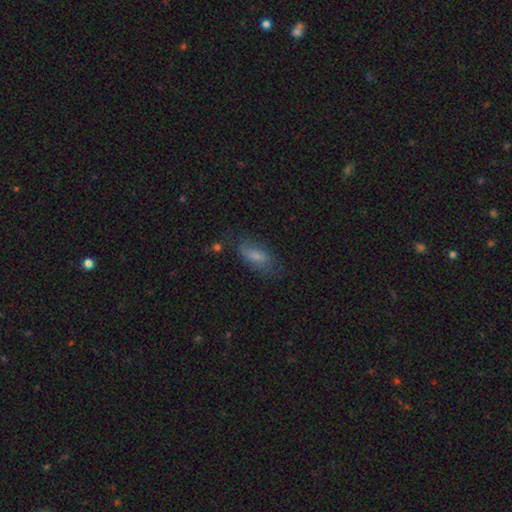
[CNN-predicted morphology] A smooth galaxy with no disk features (70%) that is in between round and cigar-shaped (78%). Merging: none (66%).